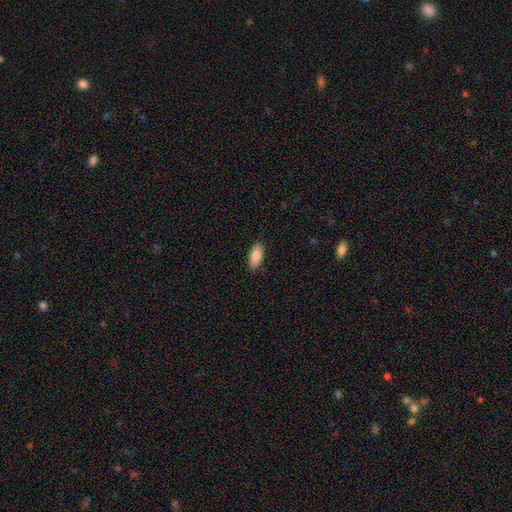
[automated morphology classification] A smooth galaxy with no disk features (87%) that is in between round and cigar-shaped (85%). Merging: none (87%).